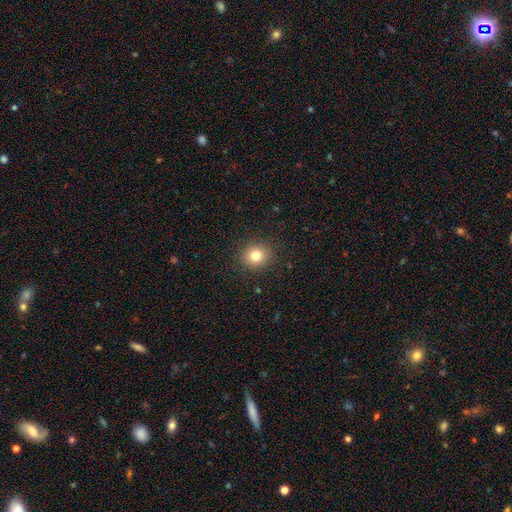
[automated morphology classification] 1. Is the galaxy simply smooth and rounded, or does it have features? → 80% smooth, 12% star or artifact, 7% featured or disk.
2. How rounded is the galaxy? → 83% round, 17% in between, 1% cigar-shaped.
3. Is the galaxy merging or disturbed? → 90% none, 7% minor disturbance, 2% major disturbance, 1% merger.